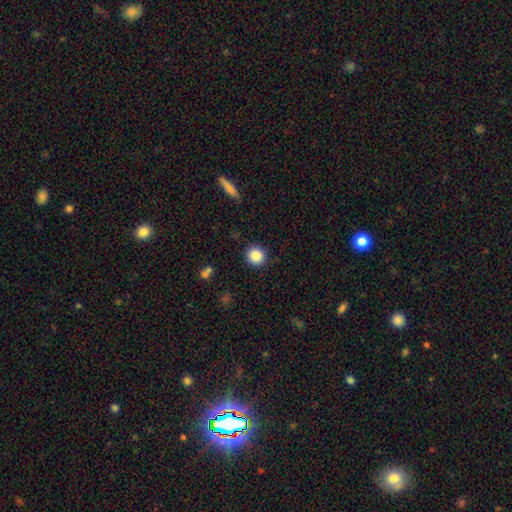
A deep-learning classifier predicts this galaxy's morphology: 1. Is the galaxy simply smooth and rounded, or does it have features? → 87% smooth, 9% star or artifact, 4% featured or disk.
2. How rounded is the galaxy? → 94% round, 5% in between, 1% cigar-shaped.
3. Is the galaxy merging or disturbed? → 91% none, 6% minor disturbance, 2% major disturbance, 1% merger.